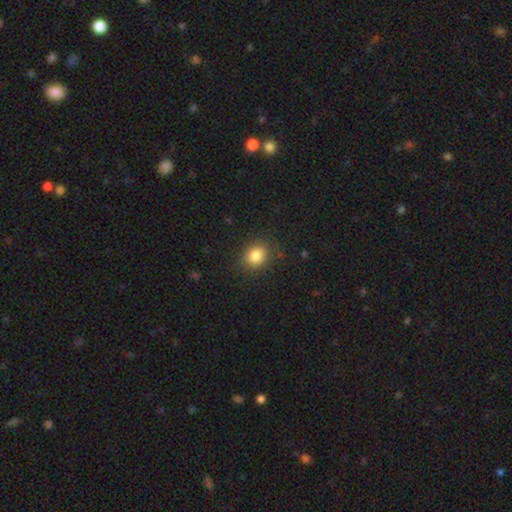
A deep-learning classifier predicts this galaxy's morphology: This appears to be a smooth galaxy with no disk features (83%) that is round (62%). Merging: none (84%).